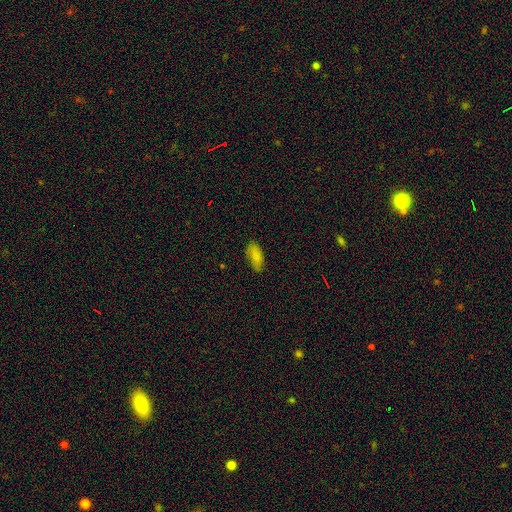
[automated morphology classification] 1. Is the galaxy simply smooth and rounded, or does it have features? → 82% smooth, 10% featured or disk, 9% star or artifact.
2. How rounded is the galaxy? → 85% in between, 12% cigar-shaped, 2% round.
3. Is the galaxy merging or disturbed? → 78% none, 17% minor disturbance, 3% major disturbance, 1% merger.